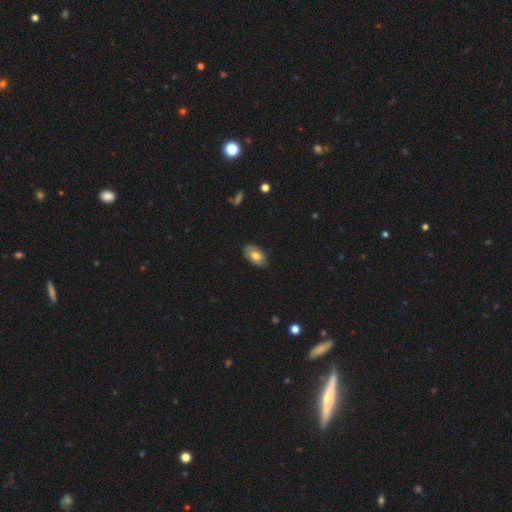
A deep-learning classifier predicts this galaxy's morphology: A smooth galaxy with no disk features (74%) that is in between round and cigar-shaped (94%).

Vote fractions:
- Smooth or featured? smooth: 74% / featured or disk: 19% / star or artifact: 7%
- How rounded? in between: 94% / round: 5% / cigar-shaped: 2%
- Merging? none: 81% / minor disturbance: 15% / major disturbance: 2% / merger: 1%